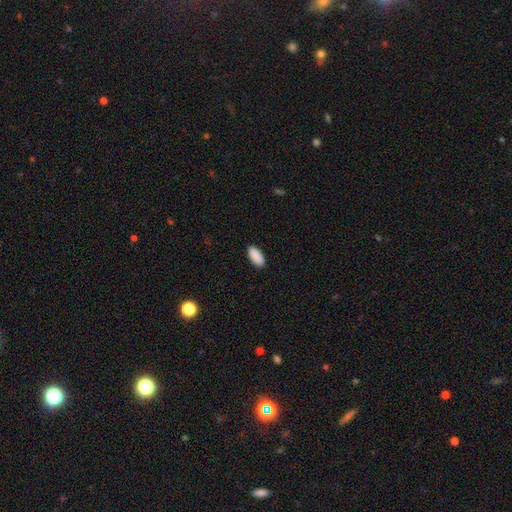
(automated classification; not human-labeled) This appears to be a smooth galaxy with no disk features (91%) that is in between round and cigar-shaped (88%). Merging: none (89%).